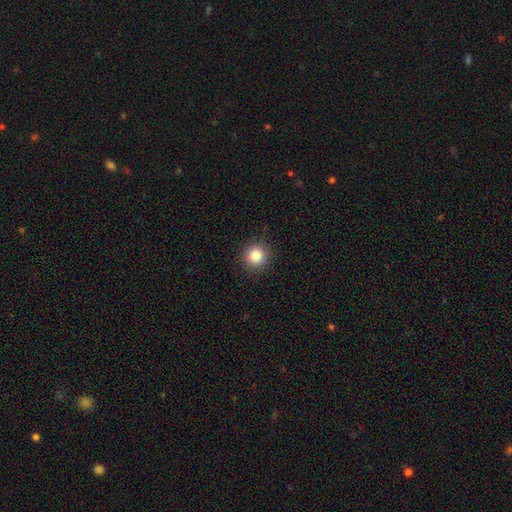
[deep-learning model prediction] Smooth or featured?
  - smooth: 85% *
  - star or artifact: 10%
  - featured or disk: 4%
How rounded?
  - round: 93% *
  - in between: 6%
  - cigar-shaped: 1%
Merging?
  - none: 90% *
  - minor disturbance: 6%
  - major disturbance: 2%
  - merger: 1%